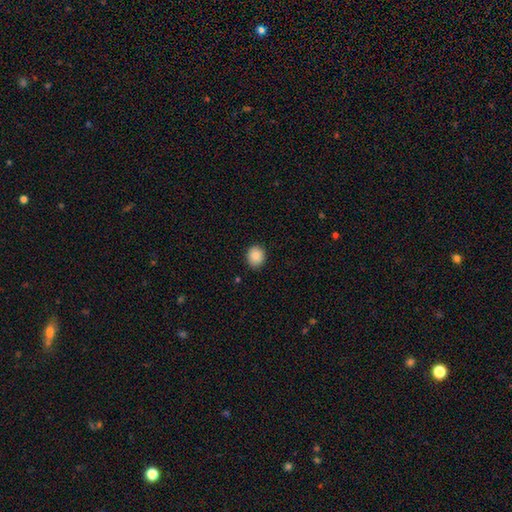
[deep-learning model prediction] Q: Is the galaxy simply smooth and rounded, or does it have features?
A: smooth — 88%.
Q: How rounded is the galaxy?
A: round — 75%.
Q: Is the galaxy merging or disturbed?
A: none — 88%.